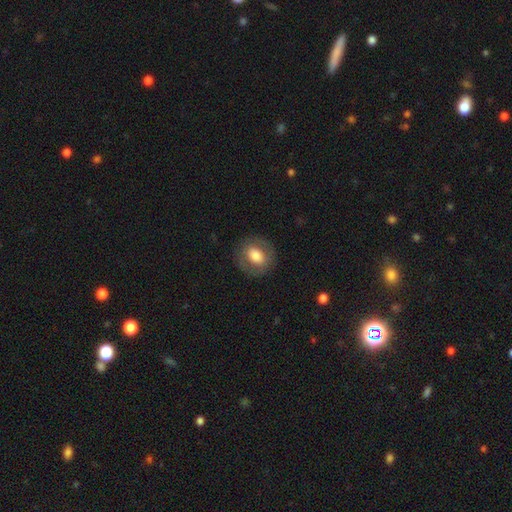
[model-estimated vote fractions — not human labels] Overall: smooth (66%; featured or disk 26%). How rounded: round (62%; in between 36%). Merging: none (84%).